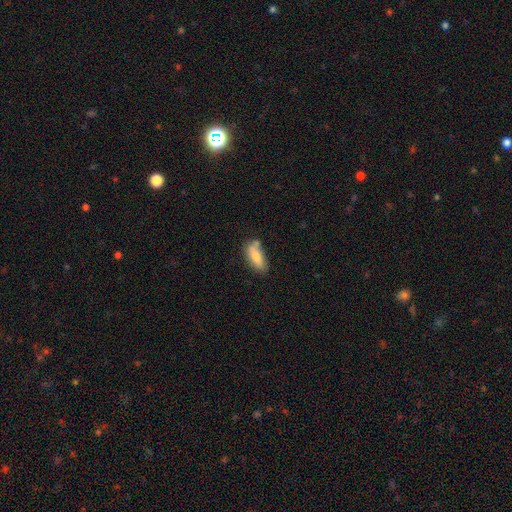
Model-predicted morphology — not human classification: A smooth galaxy with no disk features (78%) that is in between round and cigar-shaped (76%). Merging: none (57%).